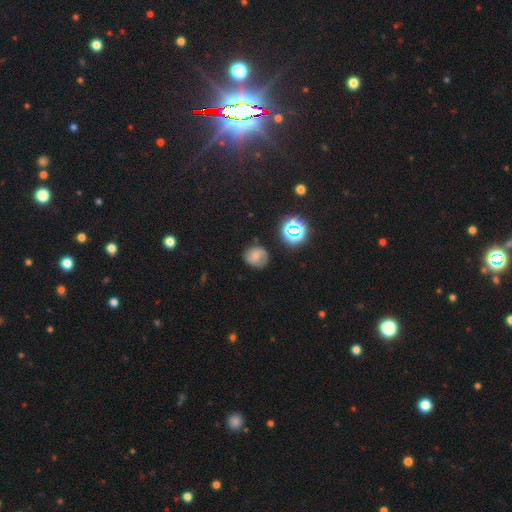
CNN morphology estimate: Smooth or featured? Predicted: smooth (p=0.54). How rounded? Predicted: round (p=0.80). Merging? Predicted: none (p=0.74).